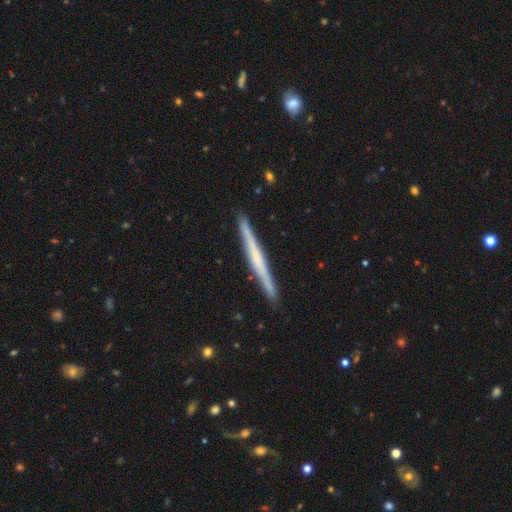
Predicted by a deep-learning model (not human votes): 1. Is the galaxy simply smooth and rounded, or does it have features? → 60% featured or disk, 34% smooth, 6% star or artifact.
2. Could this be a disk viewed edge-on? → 98% yes, 2% no.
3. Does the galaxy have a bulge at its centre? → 68% none, 20% rounded, 12% boxy.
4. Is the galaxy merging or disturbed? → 91% none, 7% minor disturbance, 1% major disturbance, 1% merger.